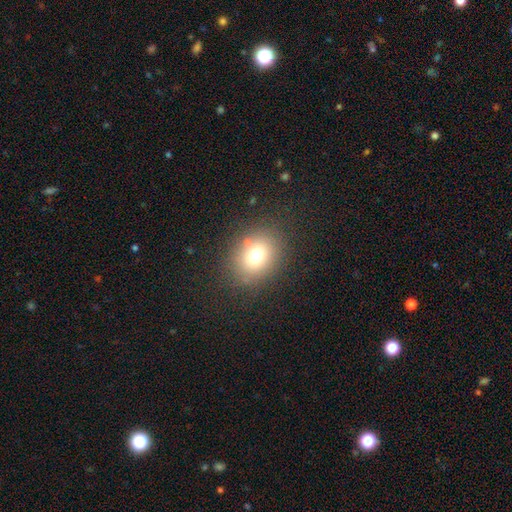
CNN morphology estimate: This is likely a smooth galaxy (72%). How rounded: possibly round (60%). Merging: clearly none (81%).